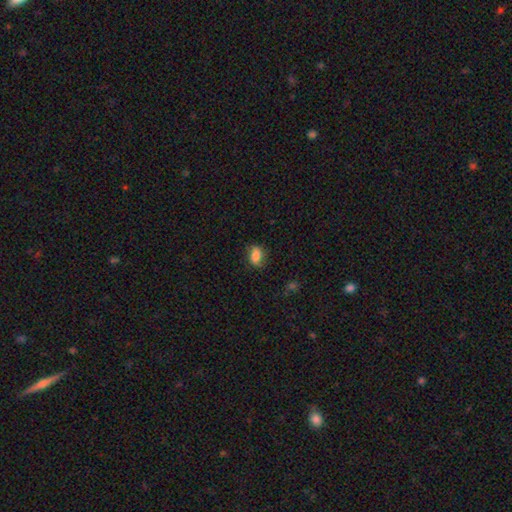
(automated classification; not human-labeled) A smooth galaxy with no disk features (77%) that is in between round and cigar-shaped (77%).

Vote fractions:
- Smooth or featured? smooth: 77% / featured or disk: 14% / star or artifact: 9%
- How rounded? in between: 77% / round: 20% / cigar-shaped: 2%
- Merging? none: 70% / minor disturbance: 22% / major disturbance: 7% / merger: 1%